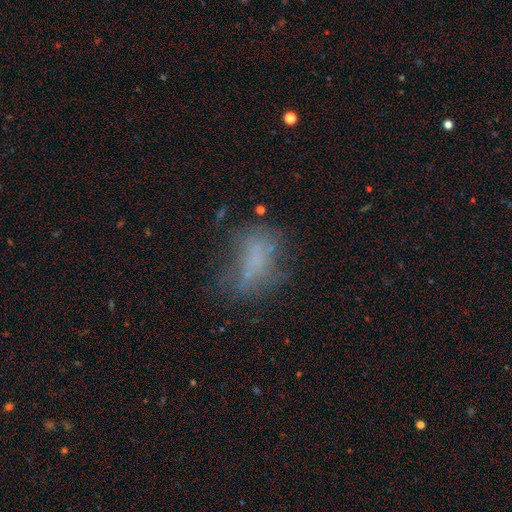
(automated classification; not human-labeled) Q: Smooth or featured?
A: smooth (48%); runner-up: featured or disk (32%)
Q: Merging?
A: none (44%); runner-up: major disturbance (28%)